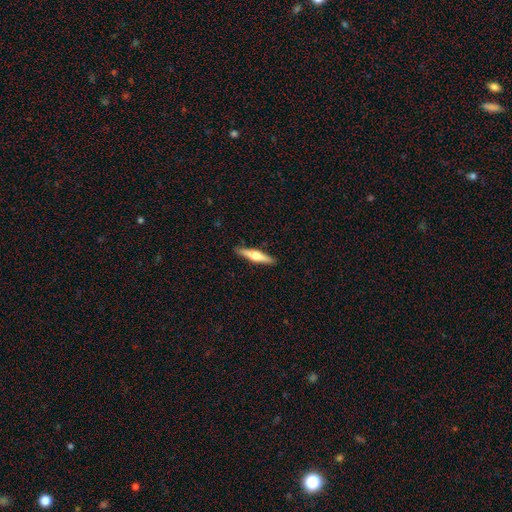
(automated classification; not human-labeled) smooth_or_featured: featured or disk (p=0.52) [alt: smooth p=0.43]
disk_edge_on: yes (p=0.96) [alt: no p=0.04]
merging: none (p=0.91) [alt: minor disturbance p=0.07]